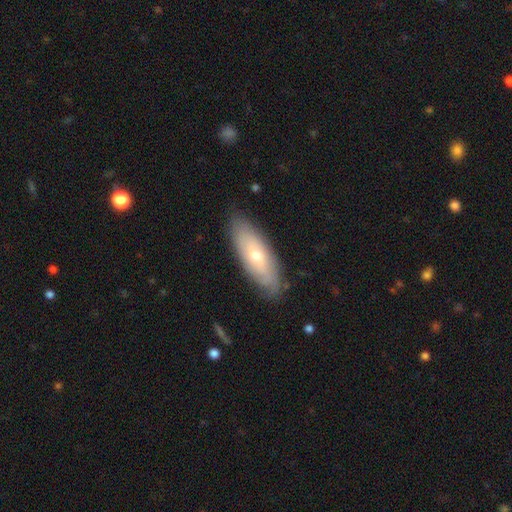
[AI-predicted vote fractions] Q: Smooth or featured?
A: smooth (49%); runner-up: featured or disk (44%)
Q: Merging?
A: none (83%); runner-up: minor disturbance (13%)